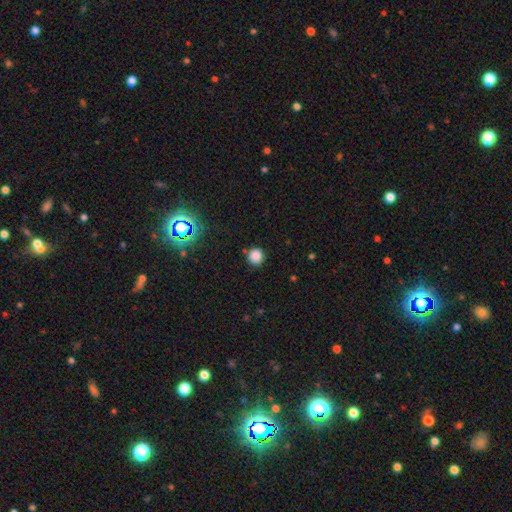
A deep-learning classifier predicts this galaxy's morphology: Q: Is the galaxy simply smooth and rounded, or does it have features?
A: smooth — 82%.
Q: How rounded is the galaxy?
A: round — 93%.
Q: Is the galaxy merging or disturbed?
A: none — 84%.